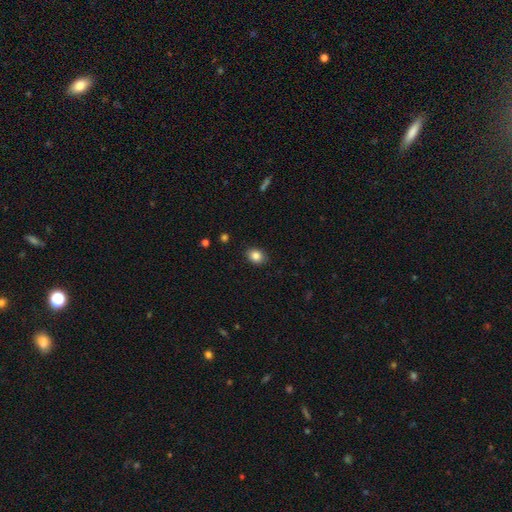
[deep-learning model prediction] Smooth or featured: smooth — 86% (star or artifact — 9%)
How rounded: in between — 51% (round — 48%)
Merging: none — 87% (minor disturbance — 9%)